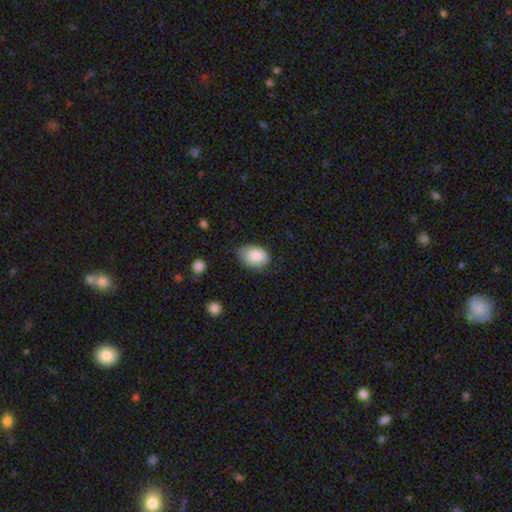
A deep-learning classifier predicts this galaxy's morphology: Overall: smooth (81%). How rounded: in between (83%). Merging: none (67%).